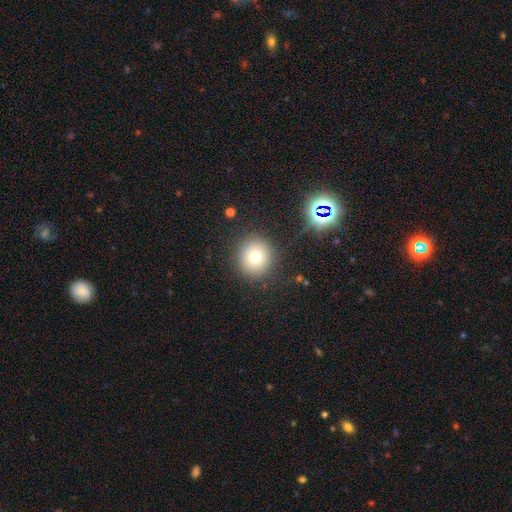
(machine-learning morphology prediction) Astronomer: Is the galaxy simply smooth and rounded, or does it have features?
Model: smooth — 74%.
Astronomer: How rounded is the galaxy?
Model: round — 90%.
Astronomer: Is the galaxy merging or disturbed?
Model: none — 86%.